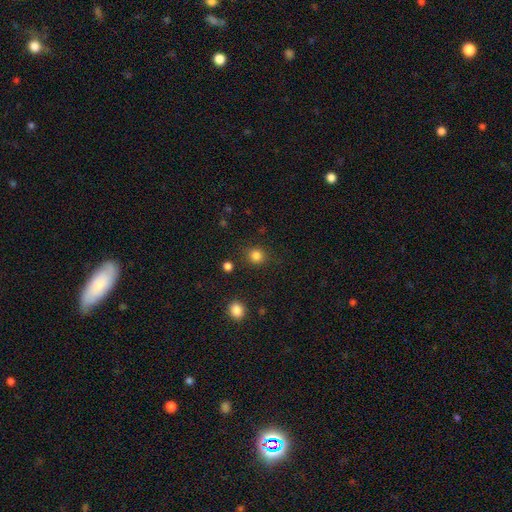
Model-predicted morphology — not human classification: Smooth or featured: smooth — 84% (star or artifact — 12%)
How rounded: round — 88% (in between — 11%)
Merging: none — 86% (minor disturbance — 8%)